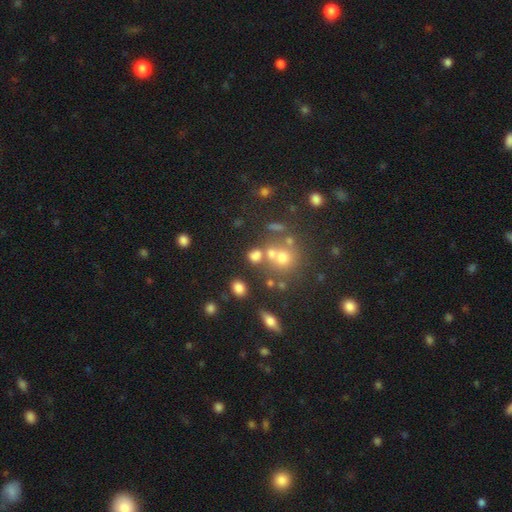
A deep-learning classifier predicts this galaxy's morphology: Q: Smooth or featured?
A: smooth (64%); runner-up: star or artifact (21%)
Q: How rounded?
A: round (64%); runner-up: in between (34%)
Q: Merging?
A: none (54%); runner-up: merger (27%)